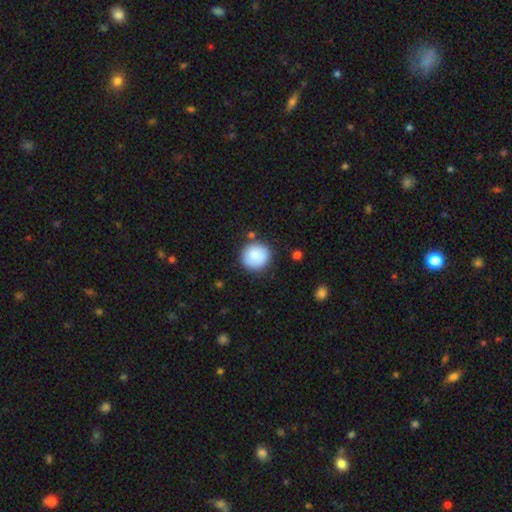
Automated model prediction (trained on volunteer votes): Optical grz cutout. It shows a smooth galaxy with no disk features (87%) that is round (91%). Merging: none (84%).